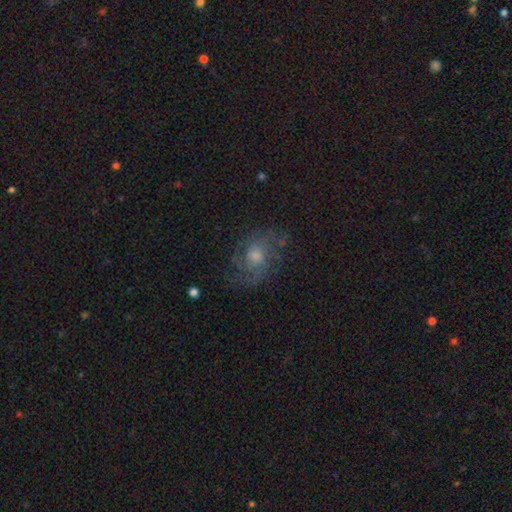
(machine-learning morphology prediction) Smooth or featured? featured or disk (69%)
Edge-on disk? no (97%)
Bar? no (70%)
Spiral arms? yes (88%)
Spiral winding? medium (45%)
Spiral arm count? can't tell (33%)
Bulge size? moderate (59%)
Merging? none (66%)